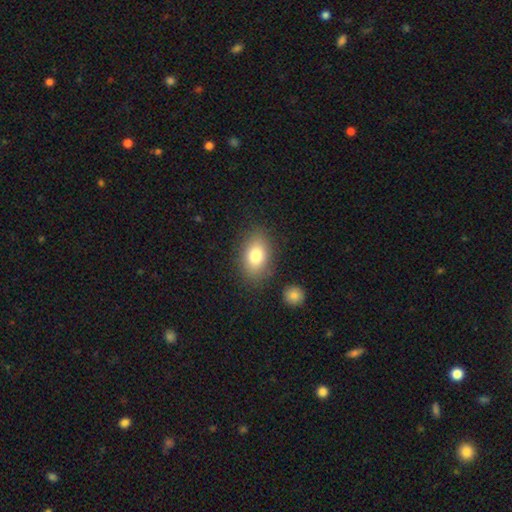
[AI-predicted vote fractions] Morphology: type=smooth (80%); roundness=in between (84%); merging=none (82%).